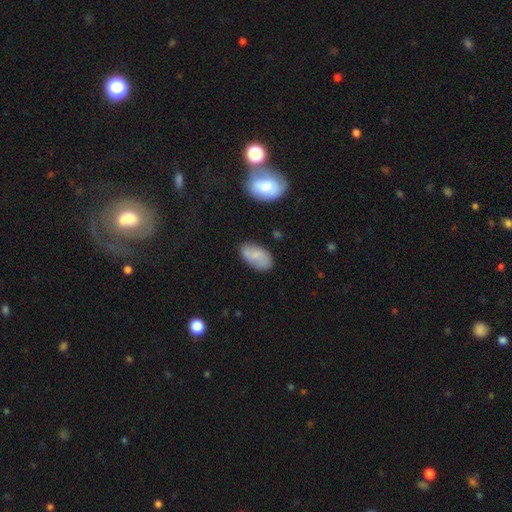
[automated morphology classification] The model was most divided on "smooth or featured": smooth: 66%, featured or disk: 26%, star or artifact: 8%. More confident: how rounded — in between (93%); merging — none (71%).